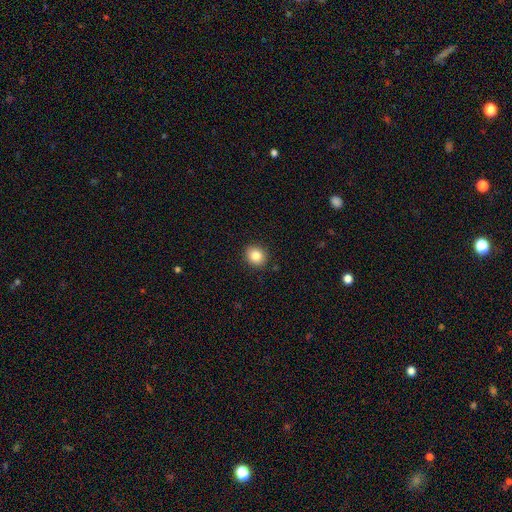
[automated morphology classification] smooth-or-featured: smooth: 84% | star or artifact: 10% | featured or disk: 6%
  how-rounded: round: 75% | in between: 25% | cigar-shaped: 1%
  merging: none: 90% | minor disturbance: 7% | major disturbance: 2% | merger: 1%